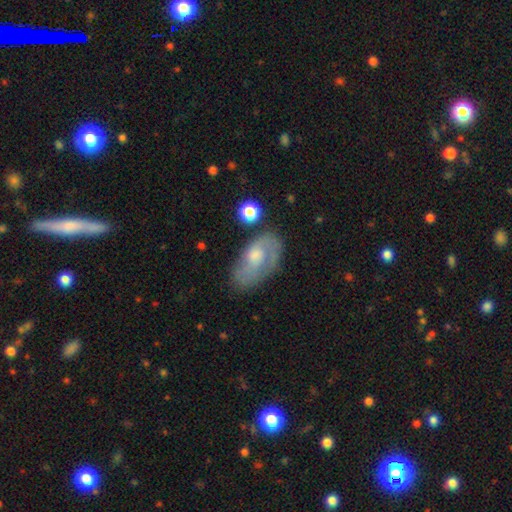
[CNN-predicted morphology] Smooth or featured: featured or disk — 58% (smooth — 35%)
Edge-on disk: no — 93% (yes — 7%)
Bar: no — 71% (weak — 26%)
Spiral arms: yes — 75% (no — 25%)
Bulge size: moderate — 51% (small — 29%)
Merging: none — 61% (minor disturbance — 24%)